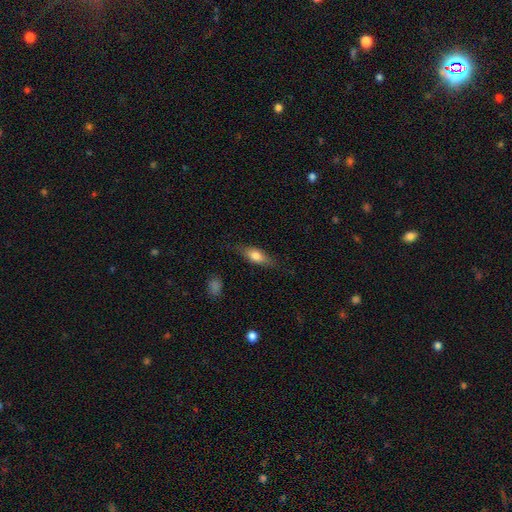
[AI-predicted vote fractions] smooth 66%, featured or disk 28%, star or artifact 7%. Down the decision tree: how rounded — in between (61%); merging — none (79%).